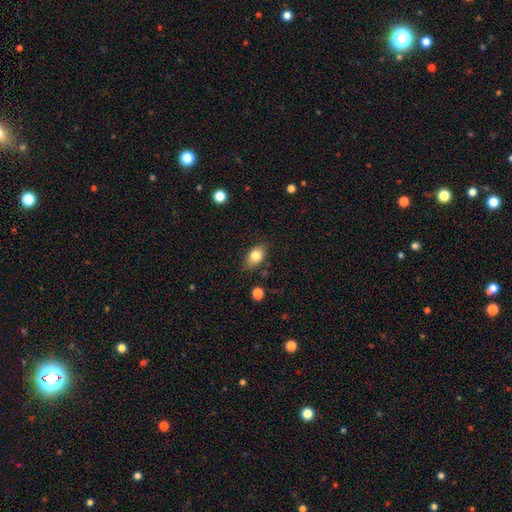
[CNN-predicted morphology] A smooth galaxy with no disk features (80%) that is in between round and cigar-shaped (81%).

Vote fractions:
- Smooth or featured? smooth: 80% / featured or disk: 12% / star or artifact: 8%
- How rounded? in between: 81% / round: 15% / cigar-shaped: 3%
- Merging? none: 80% / minor disturbance: 15% / major disturbance: 3% / merger: 2%